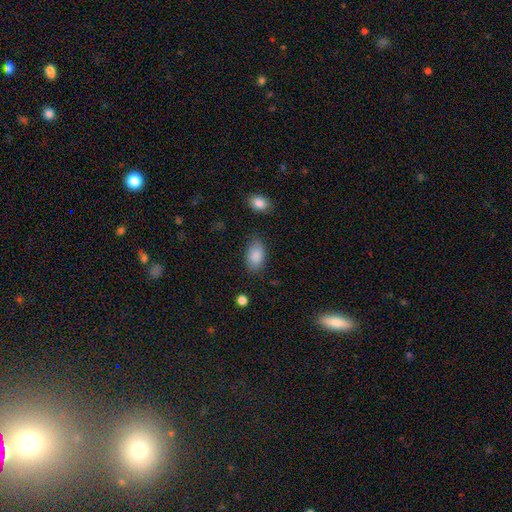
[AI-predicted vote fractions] A smooth galaxy with no disk features (87%) that is in between round and cigar-shaped (92%).

Vote fractions:
- Smooth or featured? smooth: 87% / star or artifact: 7% / featured or disk: 6%
- How rounded? in between: 92% / round: 6% / cigar-shaped: 2%
- Merging? none: 79% / minor disturbance: 15% / major disturbance: 4% / merger: 2%